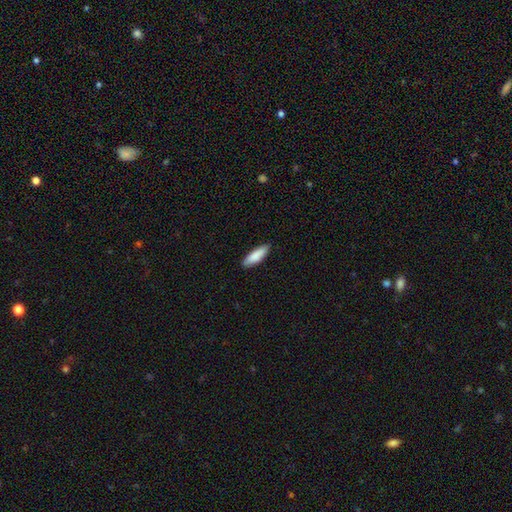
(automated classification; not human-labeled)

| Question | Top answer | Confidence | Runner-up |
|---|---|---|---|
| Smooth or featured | smooth | 86% | featured or disk (8%) |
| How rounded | cigar-shaped | 57% | in between (41%) |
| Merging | none | 87% | minor disturbance (10%) |